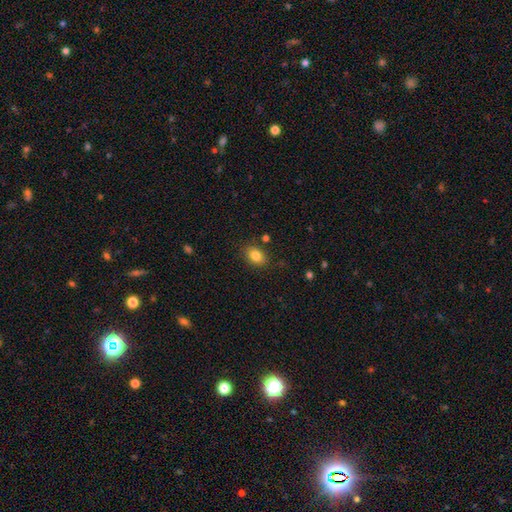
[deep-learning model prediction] Smooth or featured? smooth (83%)
How rounded? in between (72%)
Merging? none (84%)